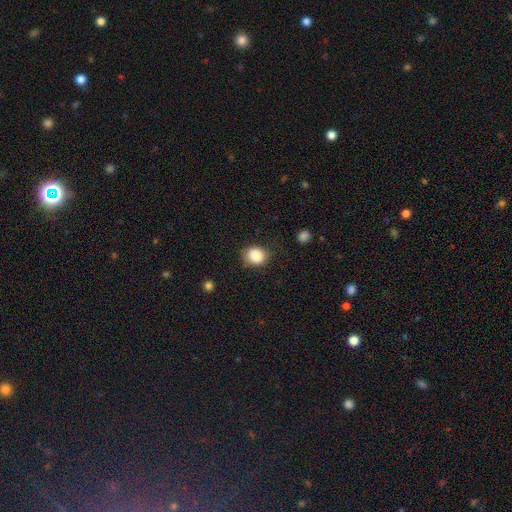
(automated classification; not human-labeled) Overall: smooth (87%). How rounded: round (71%). Merging: none (77%).